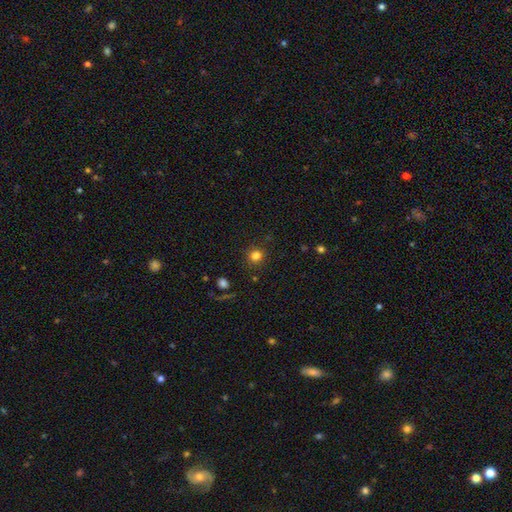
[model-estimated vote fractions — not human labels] smooth_or_featured: smooth (p=0.81) [alt: star or artifact p=0.14]
how_rounded: round (p=0.83) [alt: in between p=0.16]
merging: none (p=0.84) [alt: minor disturbance p=0.10]